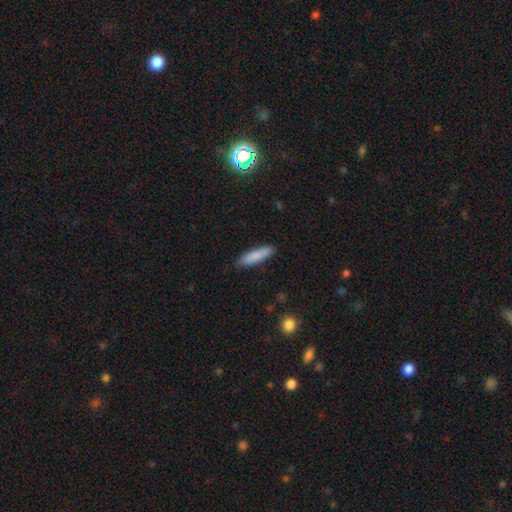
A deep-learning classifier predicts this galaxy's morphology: smooth 84%, featured or disk 10%, star or artifact 6%. Down the decision tree: how rounded — cigar-shaped (69%); merging — none (85%).